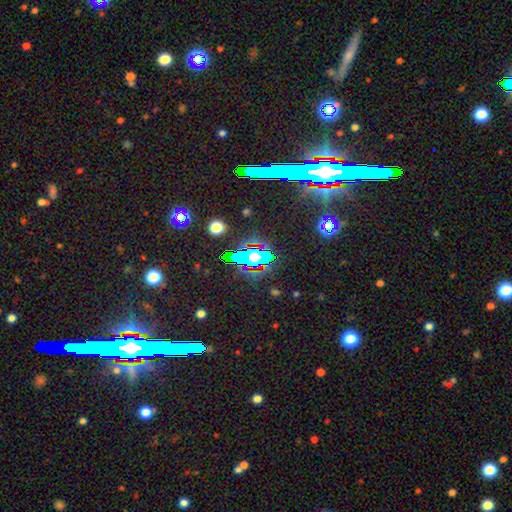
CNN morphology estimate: The model was most divided on "smooth or featured": star or artifact: 60%, smooth: 27%, featured or disk: 13%.